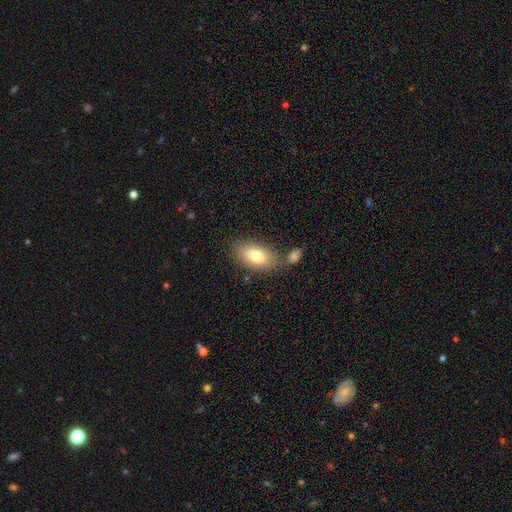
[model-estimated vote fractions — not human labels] Overall: smooth (76%). How rounded: in between (90%). Merging: none (68%).